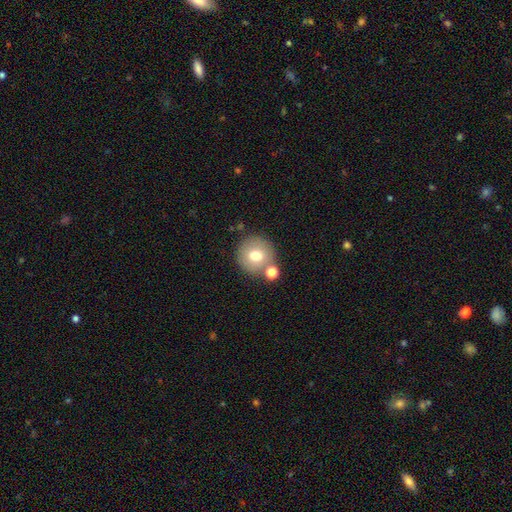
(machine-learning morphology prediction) A smooth galaxy with no disk features (72%) that is round (92%).

Vote fractions:
- Smooth or featured? smooth: 72% / featured or disk: 18% / star or artifact: 10%
- How rounded? round: 92% / in between: 7% / cigar-shaped: 1%
- Merging? none: 73% / merger: 14% / minor disturbance: 10% / major disturbance: 4%